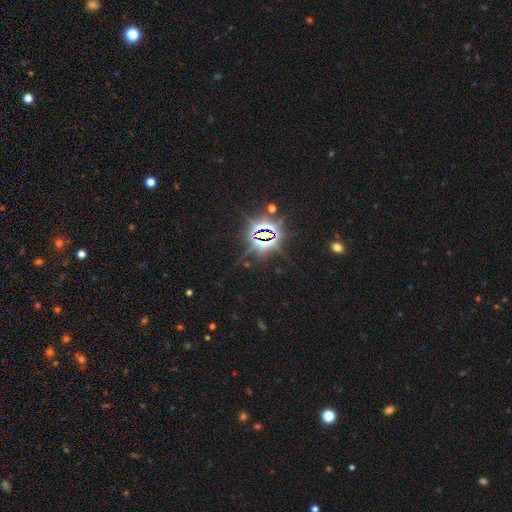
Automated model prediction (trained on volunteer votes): Smooth or featured? star or artifact (85%)